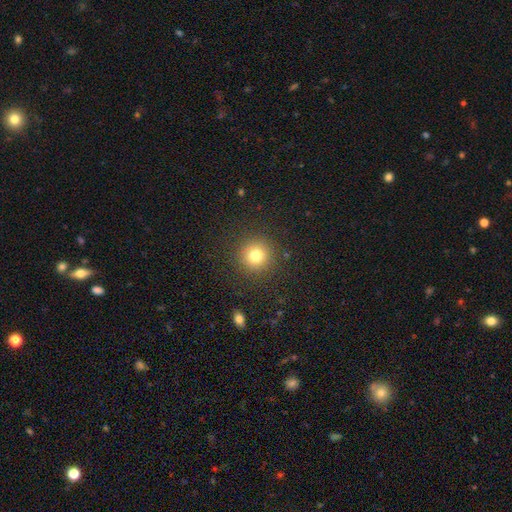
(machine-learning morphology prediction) Smooth or featured?
  - smooth: 79% *
  - star or artifact: 13%
  - featured or disk: 8%
How rounded?
  - round: 94% *
  - in between: 5%
  - cigar-shaped: 1%
Merging?
  - none: 89% *
  - minor disturbance: 6%
  - major disturbance: 3%
  - merger: 1%